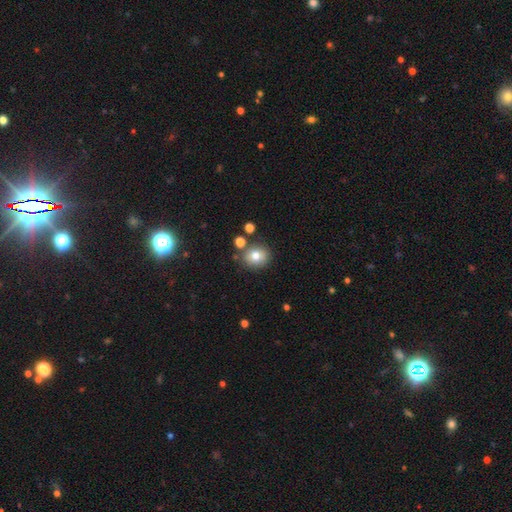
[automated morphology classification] type=smooth (78%); roundness=round (75%); merging=none (77%).